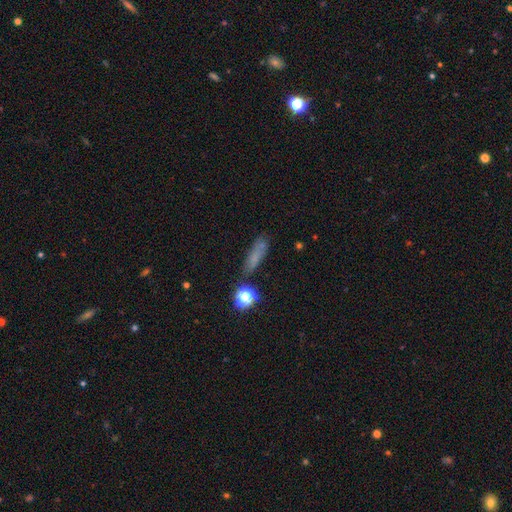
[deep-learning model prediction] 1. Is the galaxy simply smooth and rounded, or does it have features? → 60% smooth, 23% star or artifact, 18% featured or disk.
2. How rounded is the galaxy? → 59% cigar-shaped, 32% in between, 9% round.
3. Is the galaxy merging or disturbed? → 65% none, 19% minor disturbance, 9% major disturbance, 7% merger.